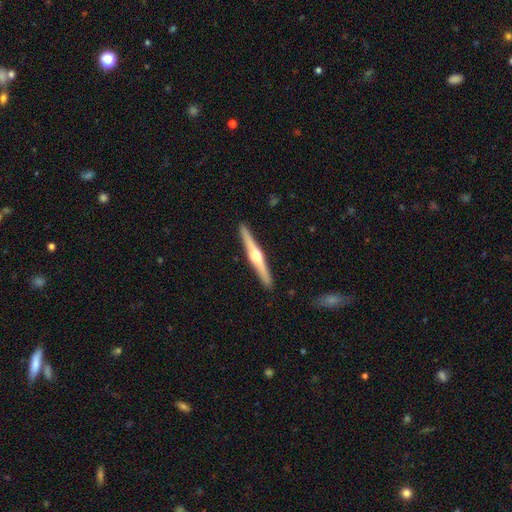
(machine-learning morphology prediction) Overall: featured or disk (74%). Edge-on disk: yes (98%). Edge-on bulge: rounded (93%). Merging: none (92%).